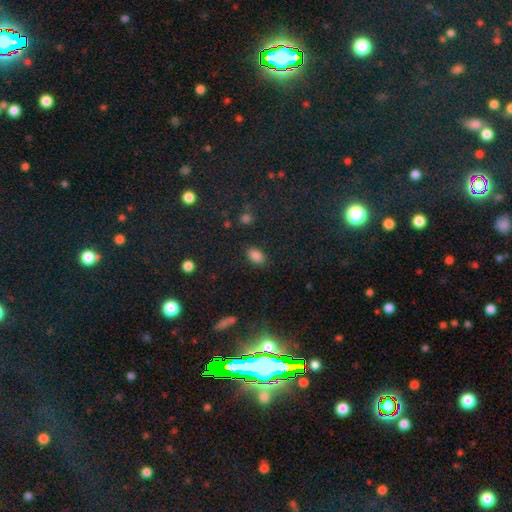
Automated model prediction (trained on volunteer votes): Morphology: type=smooth (85%); roundness=in between (90%); merging=none (85%).